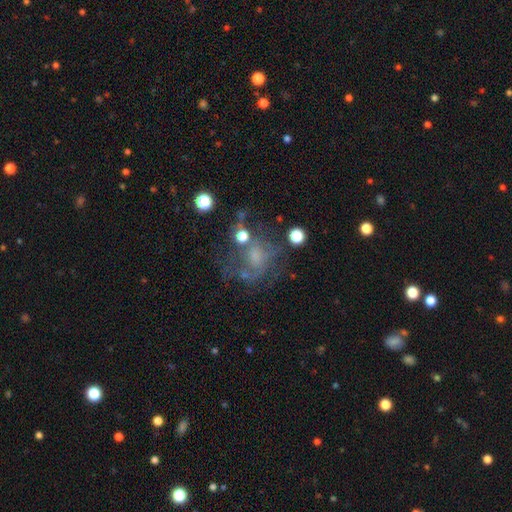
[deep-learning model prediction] Overall: featured or disk (51%; smooth 28%). Edge-on disk: no (97%). Merging: none (44%; major disturbance 29%).